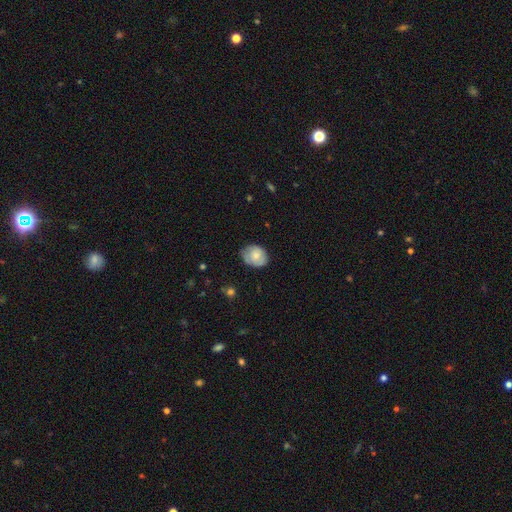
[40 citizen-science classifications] Smooth or featured? smooth (57%)
How rounded? in between (78%)
Merging? none (69%)